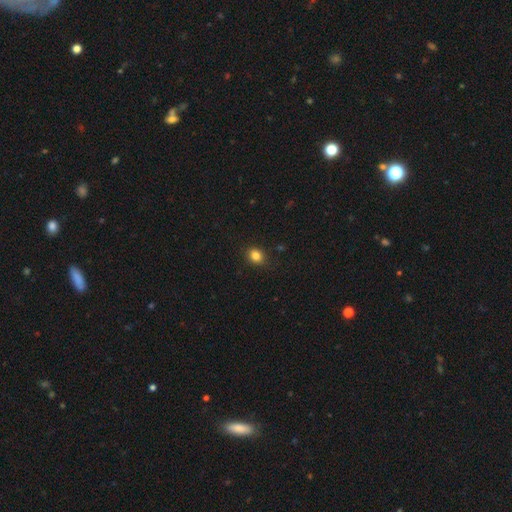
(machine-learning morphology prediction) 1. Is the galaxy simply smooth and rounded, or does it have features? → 83% smooth, 12% star or artifact, 5% featured or disk.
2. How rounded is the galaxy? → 59% round, 40% in between, 1% cigar-shaped.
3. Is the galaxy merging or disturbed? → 87% none, 10% minor disturbance, 2% major disturbance, 1% merger.